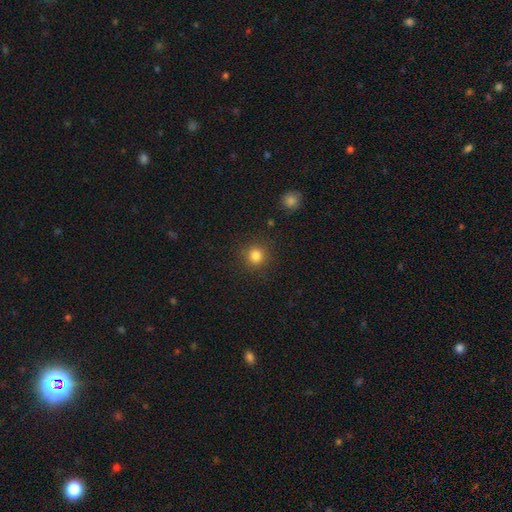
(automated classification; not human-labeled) The model was most divided on "smooth or featured": smooth: 82%, star or artifact: 13%, featured or disk: 5%. More confident: how rounded — round (91%); merging — none (89%).